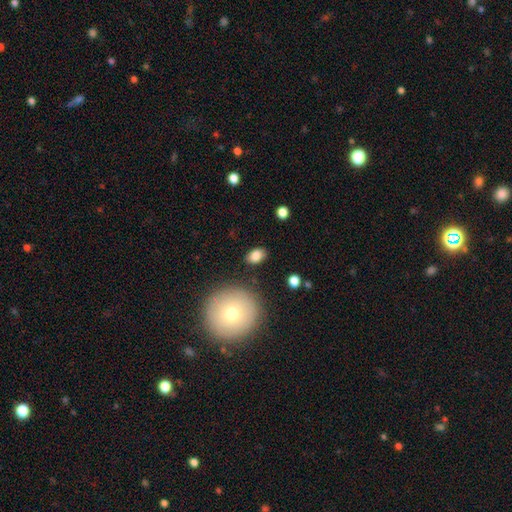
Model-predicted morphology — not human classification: smooth 83%, star or artifact 9%, featured or disk 8%. Down the decision tree: how rounded — in between (82%); merging — none (84%).